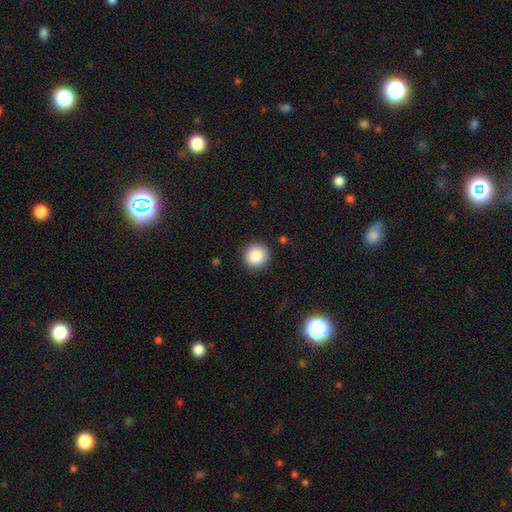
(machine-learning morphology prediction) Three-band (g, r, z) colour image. It shows a smooth galaxy with no disk features (87%) that is round (93%). Merging: none (90%).